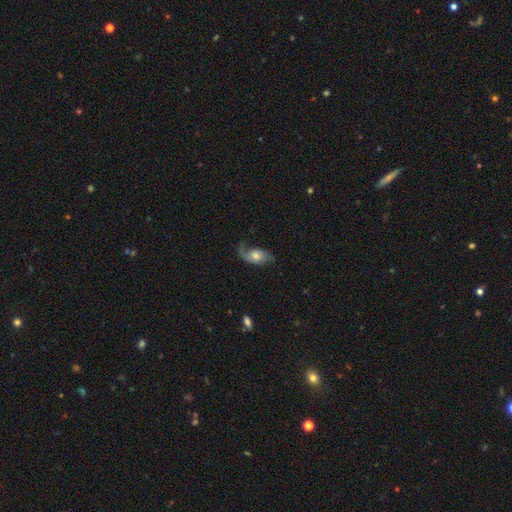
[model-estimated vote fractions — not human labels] A featured or disk galaxy (70%) with no bar (69%), 2 (66%) loose (65%) spiral arms (92%) and a moderate central bulge (52%).

Vote fractions:
- Smooth or featured? featured or disk: 70% / smooth: 23% / star or artifact: 7%
- Edge-on disk? no: 96% / yes: 4%
- Bar? no: 69% / weak: 26% / strong: 5%
- Spiral arms? yes: 92% / no: 8%
- Spiral winding? loose: 65% / medium: 27% / tight: 8%
- Spiral arm count? 2: 66% / 1: 28% / can't tell: 3% / 3: 1% / 4: 1% / more than 4: 1%
- Bulge size? moderate: 52% / small: 21% / large: 20% / none: 5% / dominant: 3%
- Merging? none: 54% / major disturbance: 22% / minor disturbance: 22% / merger: 2%